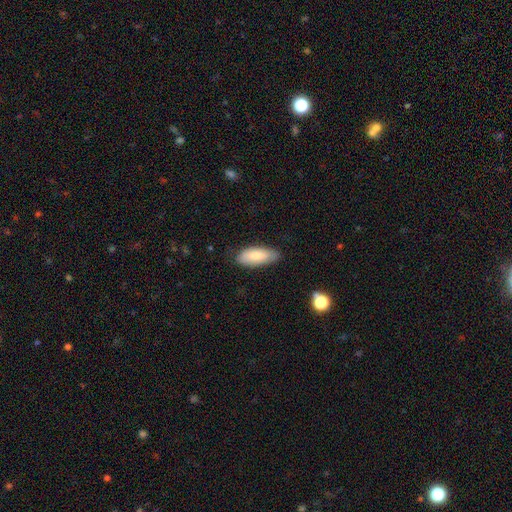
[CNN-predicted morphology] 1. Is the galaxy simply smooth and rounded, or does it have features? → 83% smooth, 11% featured or disk, 6% star or artifact.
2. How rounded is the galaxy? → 80% in between, 18% cigar-shaped, 2% round.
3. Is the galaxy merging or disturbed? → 77% none, 18% minor disturbance, 3% major disturbance, 1% merger.